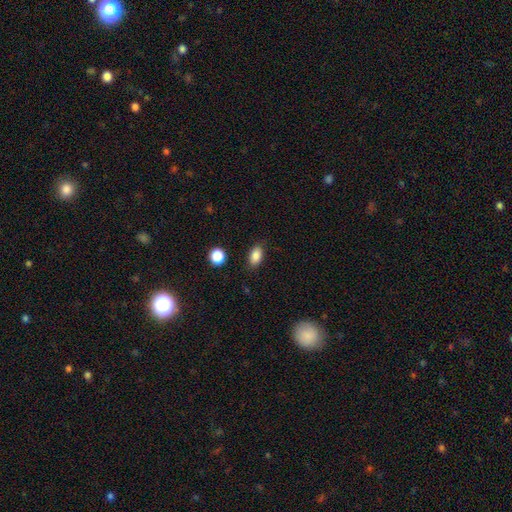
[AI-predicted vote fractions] smooth 85%, star or artifact 9%, featured or disk 6%. Down the decision tree: how rounded — in between (88%); merging — none (86%).